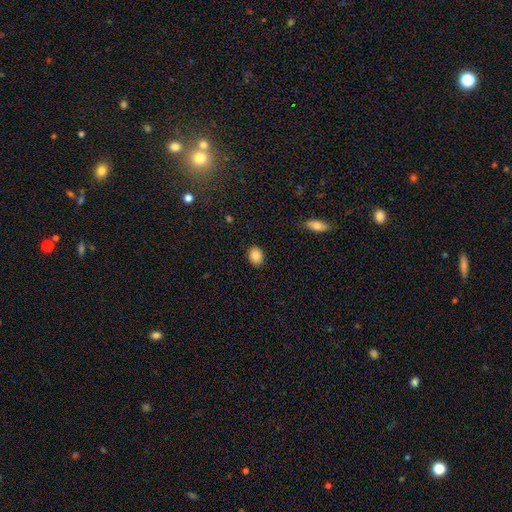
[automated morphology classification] A smooth galaxy with no disk features (86%) that is in between round and cigar-shaped (64%). Merging: none (88%).